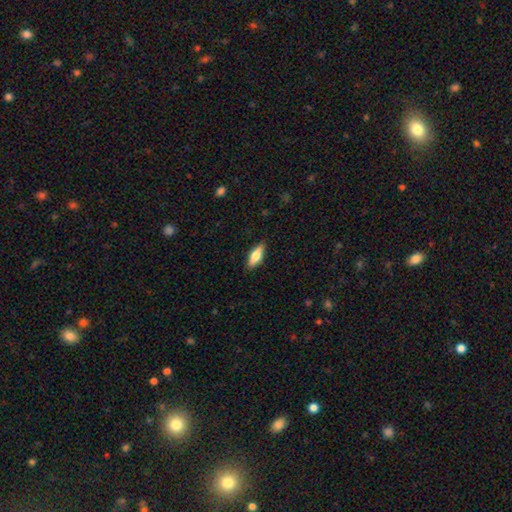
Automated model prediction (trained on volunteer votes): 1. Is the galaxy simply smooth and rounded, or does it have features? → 63% smooth, 31% featured or disk, 6% star or artifact.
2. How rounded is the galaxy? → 62% in between, 36% cigar-shaped, 3% round.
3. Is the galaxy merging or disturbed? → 87% none, 10% minor disturbance, 2% major disturbance, 1% merger.